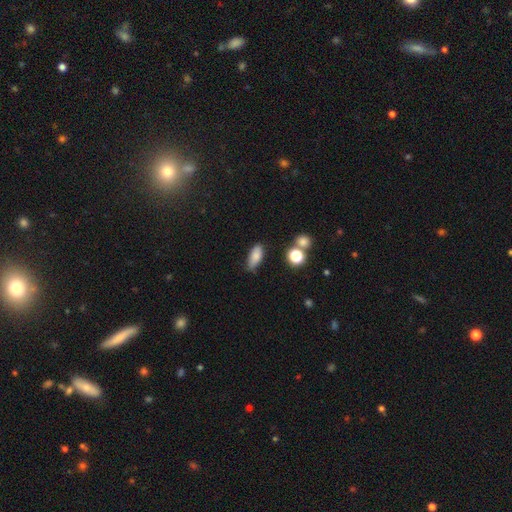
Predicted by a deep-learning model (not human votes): Morphology: type=smooth (81%); roundness=in between (77%); merging=none (66%).